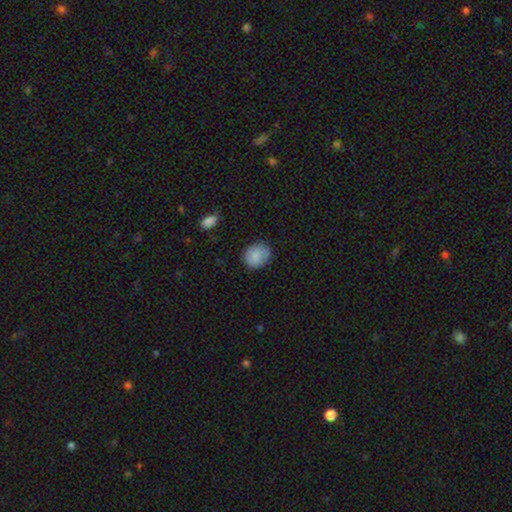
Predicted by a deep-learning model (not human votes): This appears to be a smooth galaxy with no disk features (85%) that is round (62%). Merging: none (81%).